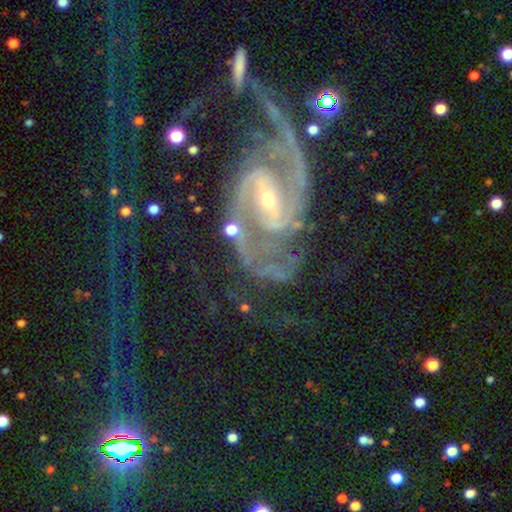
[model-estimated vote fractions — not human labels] A featured or disk galaxy (90%) with a strong bar (42%), 2 (69%) medium (49%) spiral arms (98%) and a small central bulge (72%).

Vote fractions:
- Smooth or featured? featured or disk: 90% / star or artifact: 7% / smooth: 3%
- Edge-on disk? no: 98% / yes: 2%
- Bar? strong: 42% / weak: 38% / no: 20%
- Spiral arms? yes: 98% / no: 2%
- Spiral winding? medium: 49% / tight: 26% / loose: 25%
- Spiral arm count? 2: 69% / 3: 8% / can't tell: 8% / 4: 5% / 1: 5% / more than 4: 5%
- Bulge size? small: 72% / moderate: 24% / large: 1% / none: 1% / dominant: 1%
- Merging? none: 48% / major disturbance: 30% / minor disturbance: 17% / merger: 6%